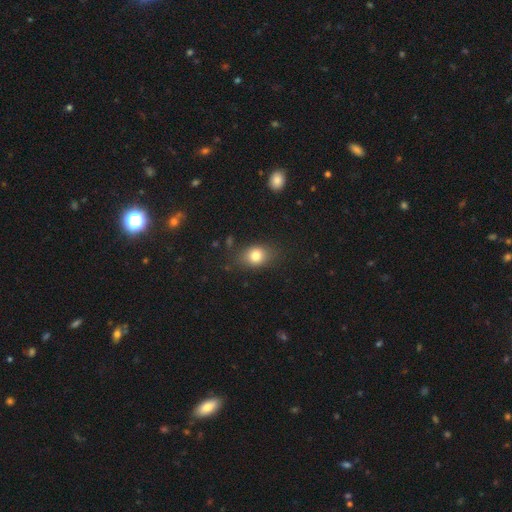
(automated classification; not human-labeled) smooth_or_featured: smooth (p=0.80) [alt: star or artifact p=0.10]
how_rounded: in between (p=0.58) [alt: round p=0.40]
merging: none (p=0.78) [alt: minor disturbance p=0.16]